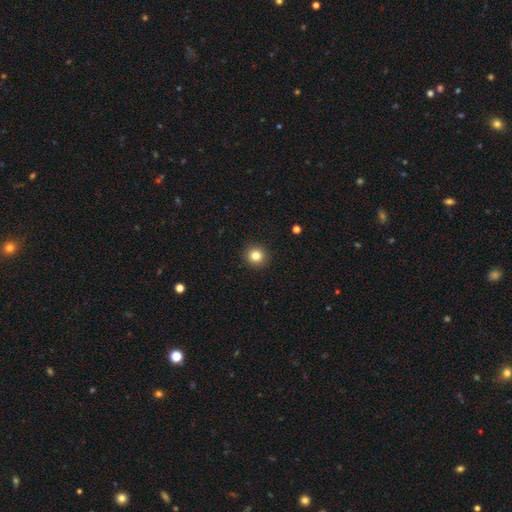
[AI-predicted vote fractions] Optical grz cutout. It shows a smooth galaxy with no disk features (82%) that is round (93%). Merging: none (93%).